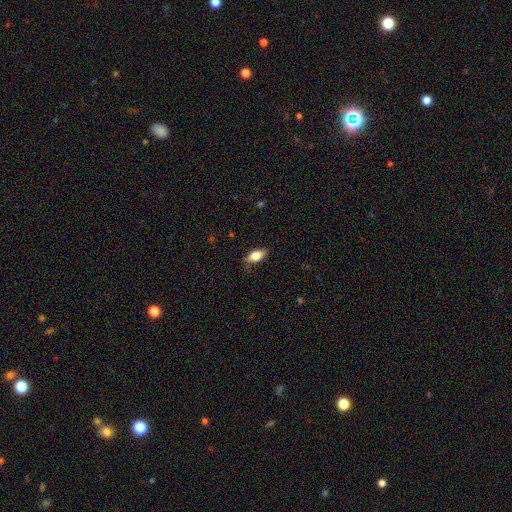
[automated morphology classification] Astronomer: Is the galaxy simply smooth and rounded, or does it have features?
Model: smooth — 72%.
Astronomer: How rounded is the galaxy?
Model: in between — 86%.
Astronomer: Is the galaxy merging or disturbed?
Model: none — 74%.